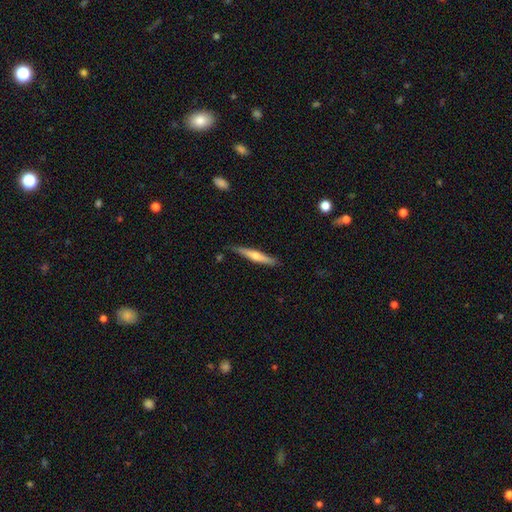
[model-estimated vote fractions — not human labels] smooth-or-featured: featured or disk: 53% | smooth: 41% | star or artifact: 6%
  disk-edge-on: yes: 96% | no: 4%
    edge-on-bulge: rounded: 81% | none: 14% | boxy: 5%
  merging: none: 84% | minor disturbance: 13% | major disturbance: 2% | merger: 2%